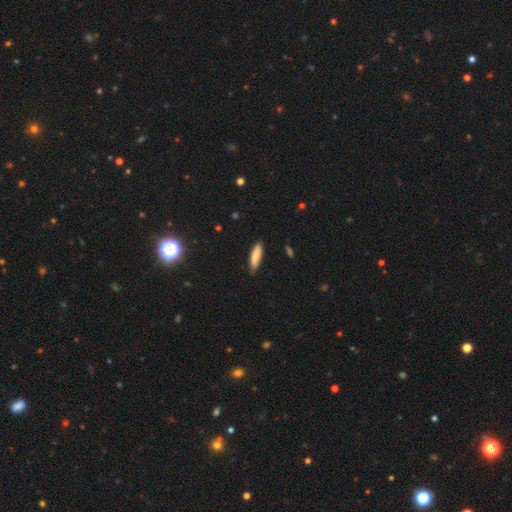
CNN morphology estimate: Smooth or featured? smooth (79%)
How rounded? cigar-shaped (67%)
Merging? none (83%)